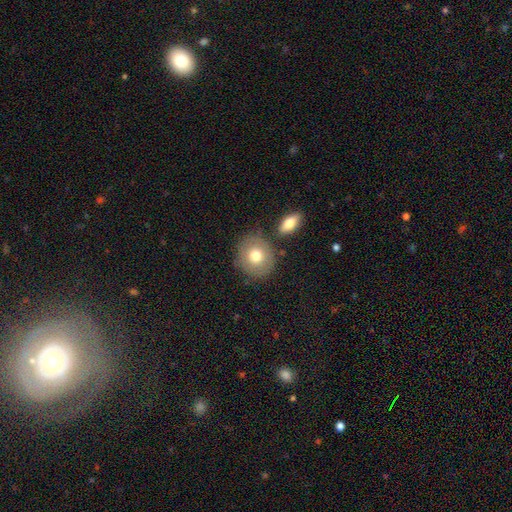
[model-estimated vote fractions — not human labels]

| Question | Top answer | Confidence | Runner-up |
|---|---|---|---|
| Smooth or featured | smooth | 74% | featured or disk (18%) |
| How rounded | round | 81% | in between (18%) |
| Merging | none | 74% | minor disturbance (12%) |